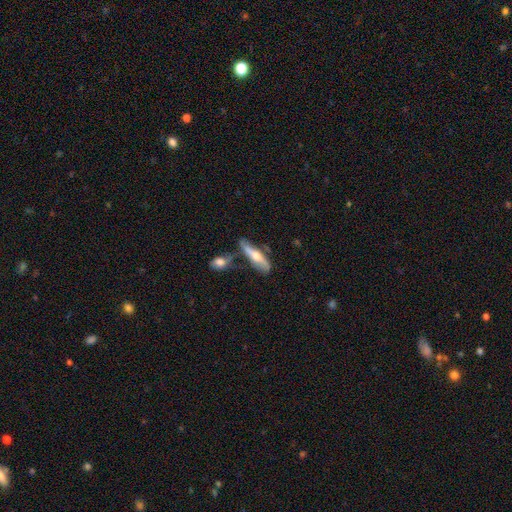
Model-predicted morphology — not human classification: smooth_or_featured: featured or disk (p=0.54) [alt: smooth p=0.39]
disk_edge_on: yes (p=0.63) [alt: no p=0.37]
merging: none (p=0.50) [alt: minor disturbance p=0.22]